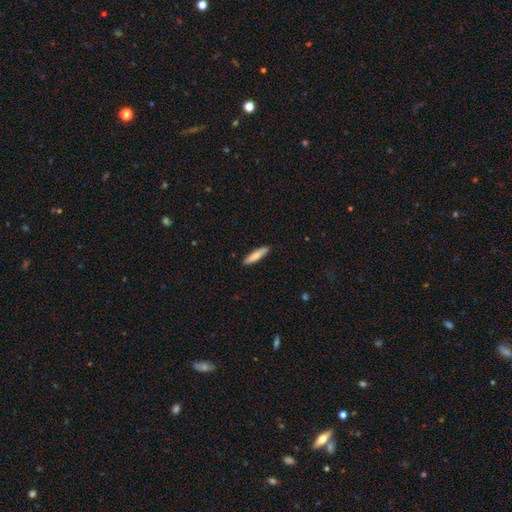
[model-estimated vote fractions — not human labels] A smooth galaxy with no disk features (78%) that is cigar-shaped (83%). Merging: none (90%).